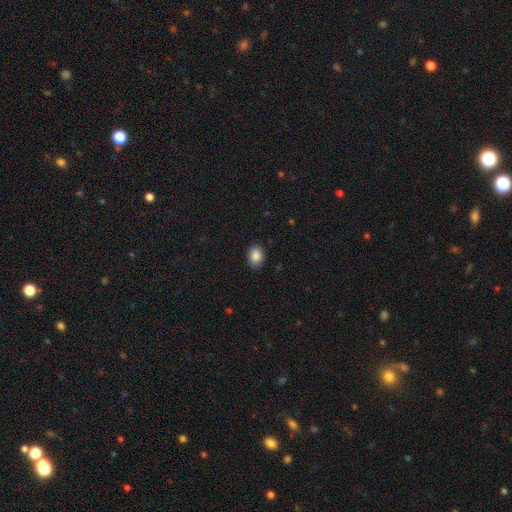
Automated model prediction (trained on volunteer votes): Overall: smooth (88%). How rounded: in between (67%; round 33%). Merging: none (88%).